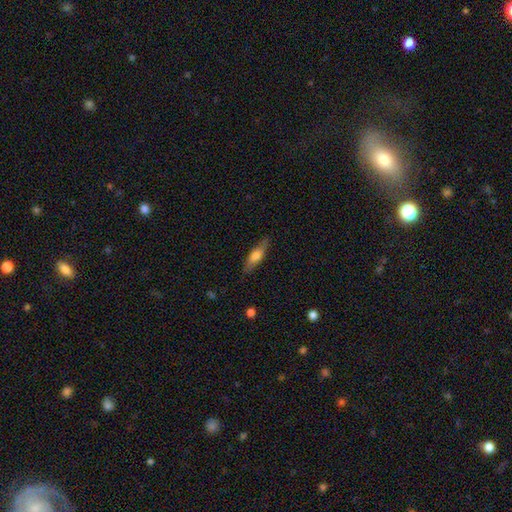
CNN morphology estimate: A smooth galaxy with no disk features (60%) that is cigar-shaped (57%). Merging: none (81%).